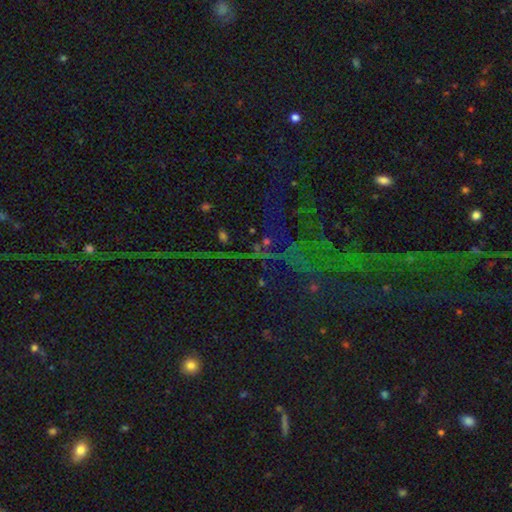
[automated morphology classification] Smooth or featured?
  - star or artifact: 81% *
  - smooth: 11%
  - featured or disk: 9%